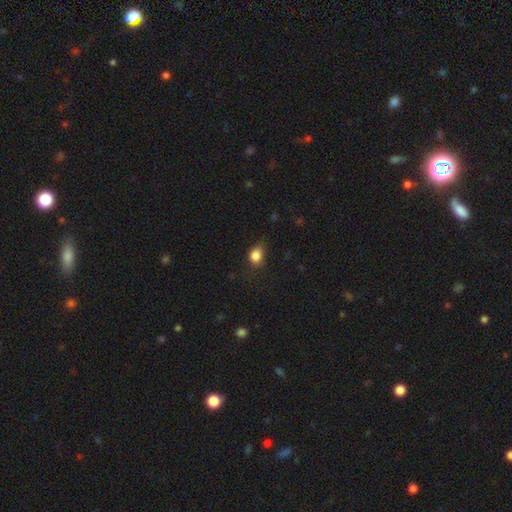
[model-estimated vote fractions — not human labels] The model was most divided on "how rounded": in between: 55%, round: 44%, cigar-shaped: 1%. More confident: smooth or featured — smooth (84%); merging — none (63%).